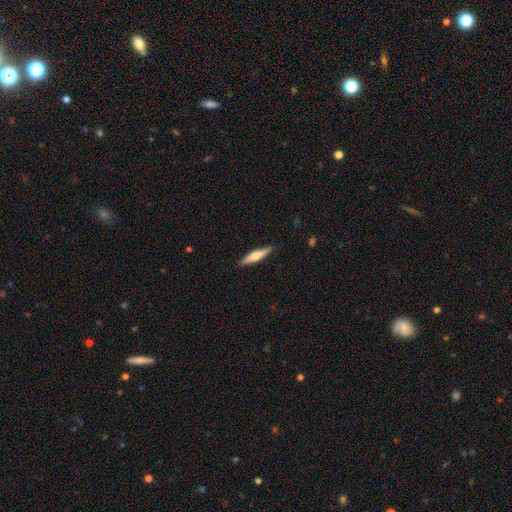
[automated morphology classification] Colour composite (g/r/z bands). It shows a smooth galaxy with no disk features (49%). Merging: none (90%).